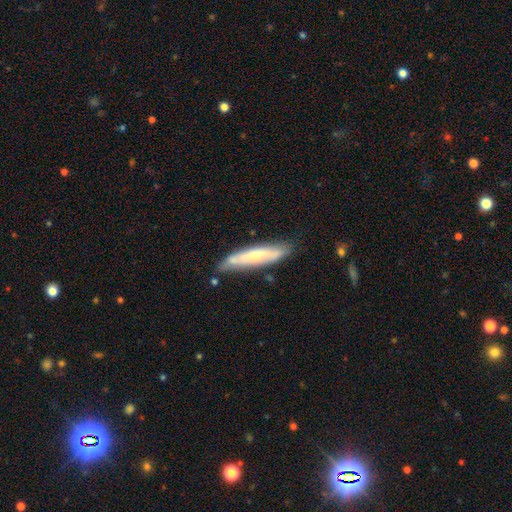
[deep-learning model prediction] This is possibly a featured or disk galaxy (51%). It is likely viewed edge-on (75%). Merging: clearly none (80%).